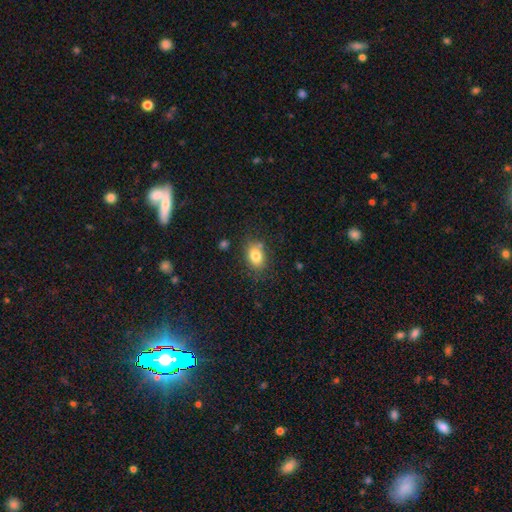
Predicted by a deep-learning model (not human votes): Smooth or featured? Predicted: smooth (p=0.81). How rounded? Predicted: in between (p=0.73). Merging? Predicted: none (p=0.76).